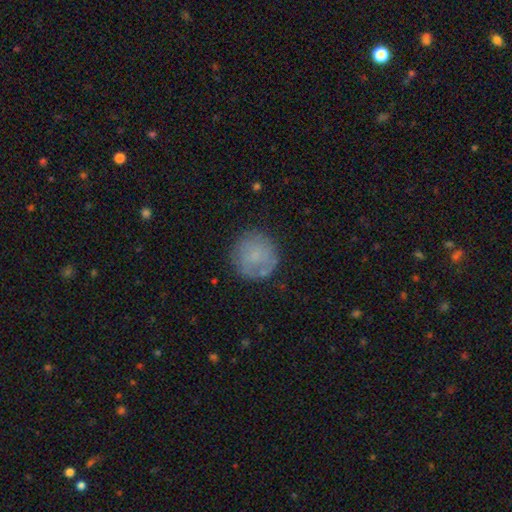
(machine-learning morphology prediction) This appears to be a smooth galaxy with no disk features (66%) that is round (93%). Merging: none (77%).